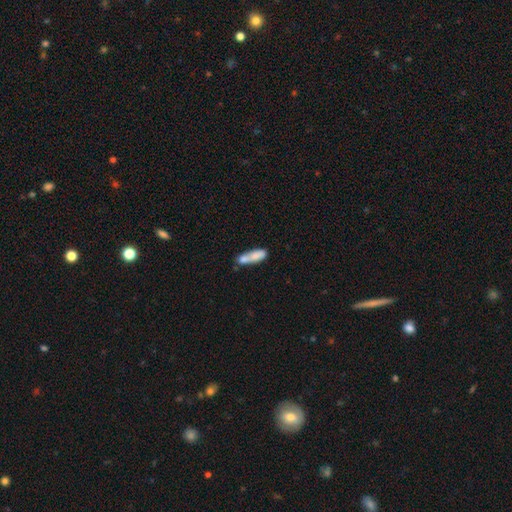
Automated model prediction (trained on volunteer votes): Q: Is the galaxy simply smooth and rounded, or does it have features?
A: smooth — 72%.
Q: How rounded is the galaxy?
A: cigar-shaped — 50%.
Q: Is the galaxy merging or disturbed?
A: merger — 46%.